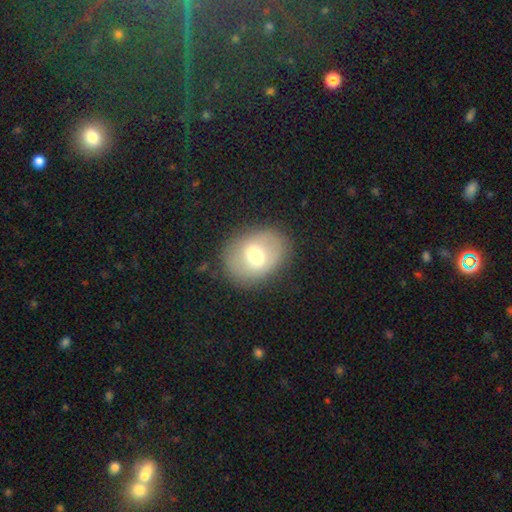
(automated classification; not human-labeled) smooth-or-featured: smooth: 58% | featured or disk: 33% | star or artifact: 9%
  how-rounded: in between: 53% | round: 46% | cigar-shaped: 1%
  merging: none: 81% | minor disturbance: 12% | major disturbance: 6% | merger: 1%